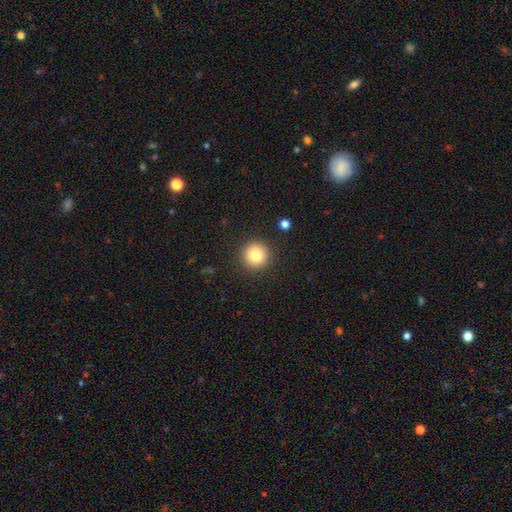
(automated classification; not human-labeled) Smooth or featured? smooth (81%)
How rounded? round (95%)
Merging? none (90%)